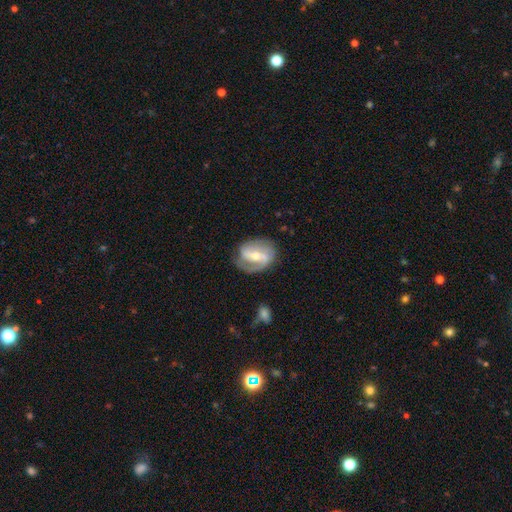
featured or disk 92%, smooth 5%, star or artifact 3%. Down the decision tree: edge-on disk — no (100%); bar — strong (50%); spiral arms — yes (88%); spiral arm count — 2 (83%); spiral winding — medium (63%); bulge size — moderate (56%); merging — none (78%).